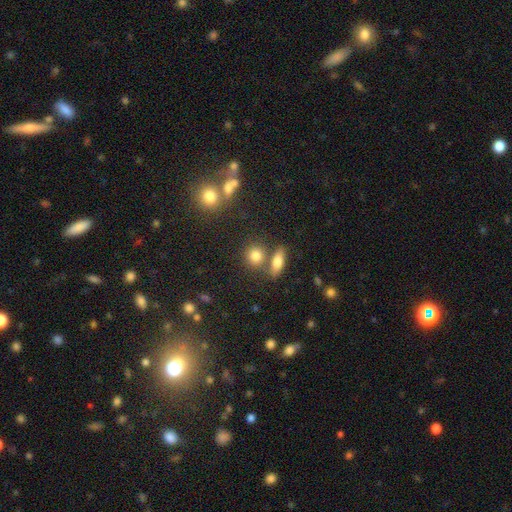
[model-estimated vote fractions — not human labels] smooth 80%, star or artifact 11%, featured or disk 9%. Down the decision tree: how rounded — round (69%); merging — none (62%).